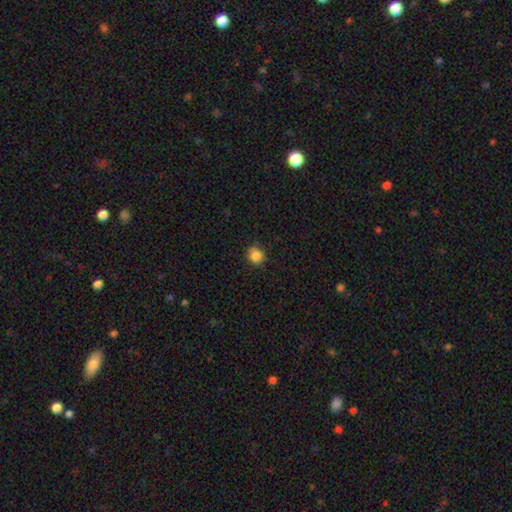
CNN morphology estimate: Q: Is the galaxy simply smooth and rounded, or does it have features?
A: smooth — 85%.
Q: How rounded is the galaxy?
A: round — 83%.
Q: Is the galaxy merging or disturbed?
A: none — 82%.